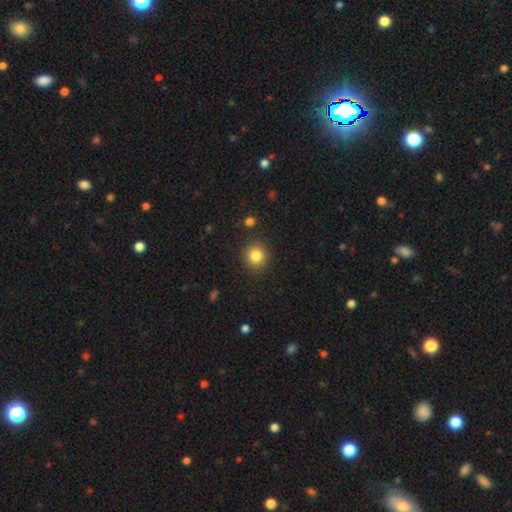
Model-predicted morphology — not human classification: Overall: smooth (83%). How rounded: round (88%). Merging: none (89%).